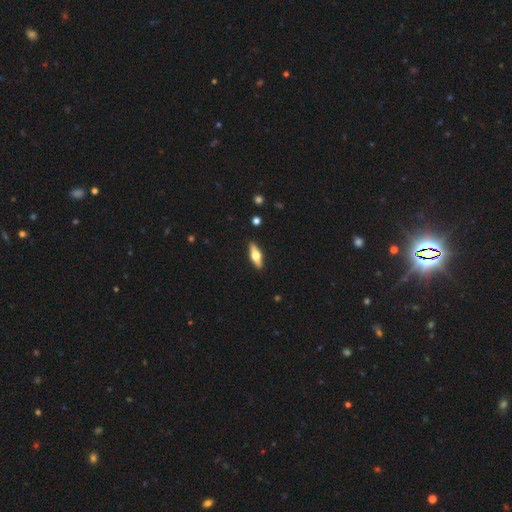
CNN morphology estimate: The model was most divided on "smooth or featured": featured or disk: 50%, smooth: 44%, star or artifact: 6%. More confident: edge-on disk — yes (90%); merging — none (90%).